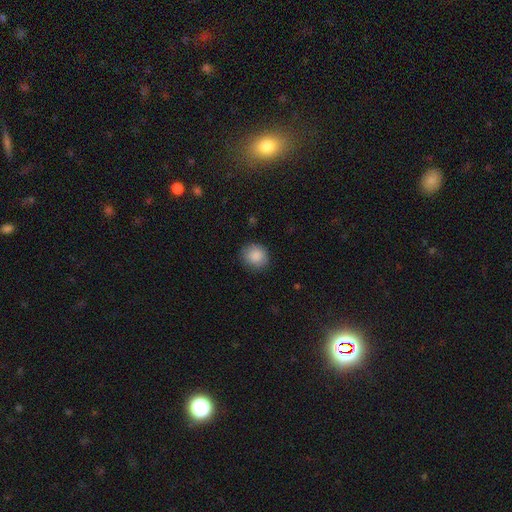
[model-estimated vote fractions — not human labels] Overall: smooth (88%). How rounded: round (83%). Merging: none (85%).